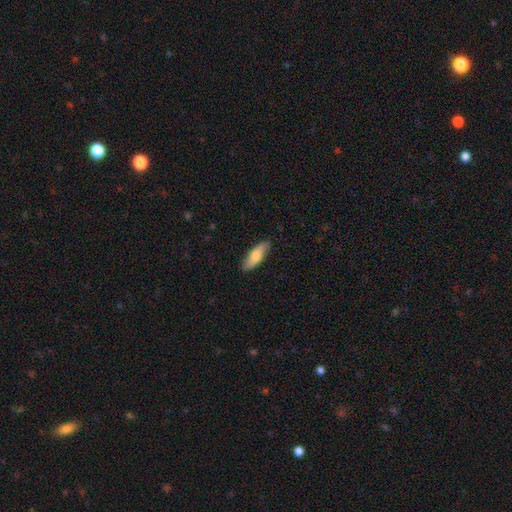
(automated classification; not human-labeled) Smooth or featured? Predicted: smooth (p=0.73). How rounded? Predicted: in between (p=0.56). Merging? Predicted: none (p=0.85).